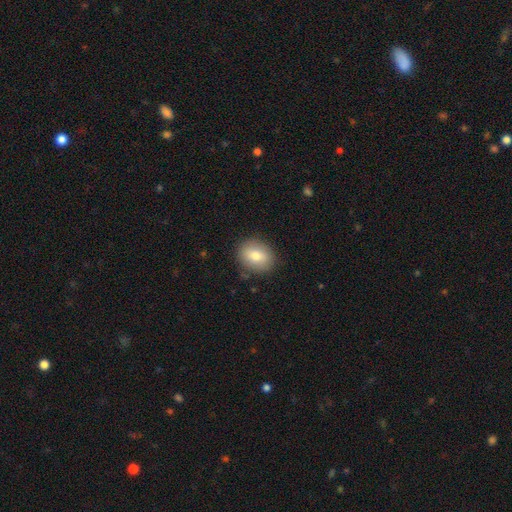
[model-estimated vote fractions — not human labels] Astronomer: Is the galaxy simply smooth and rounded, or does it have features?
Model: smooth — 77%.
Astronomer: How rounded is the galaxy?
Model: round — 51% (runner-up: in between, 48%).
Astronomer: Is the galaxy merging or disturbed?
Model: none — 85%.